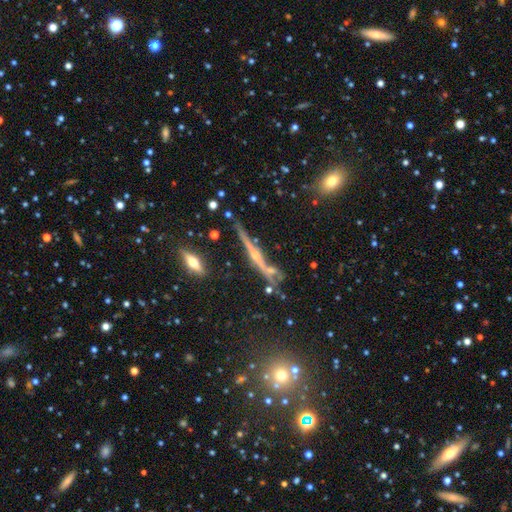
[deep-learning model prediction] smooth-or-featured: featured or disk: 72% | star or artifact: 15% | smooth: 13%
  disk-edge-on: yes: 90% | no: 10%
    edge-on-bulge: rounded: 75% | none: 18% | boxy: 8%
  merging: none: 63% | minor disturbance: 20% | major disturbance: 9% | merger: 8%